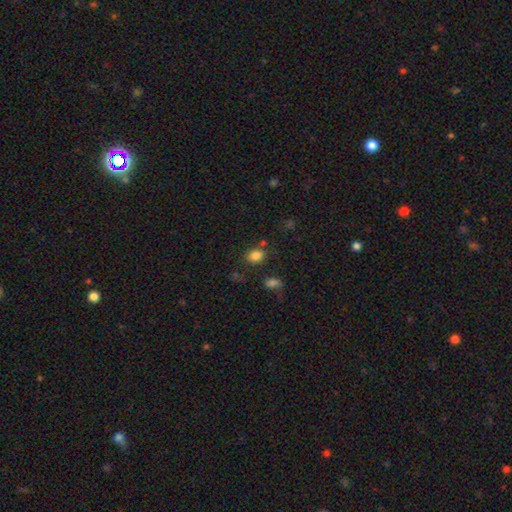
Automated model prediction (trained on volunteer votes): A smooth galaxy with no disk features (83%) that is in between round and cigar-shaped (56%).

Vote fractions:
- Smooth or featured? smooth: 83% / star or artifact: 12% / featured or disk: 5%
- How rounded? in between: 56% / round: 43% / cigar-shaped: 1%
- Merging? none: 73% / minor disturbance: 13% / merger: 8% / major disturbance: 5%